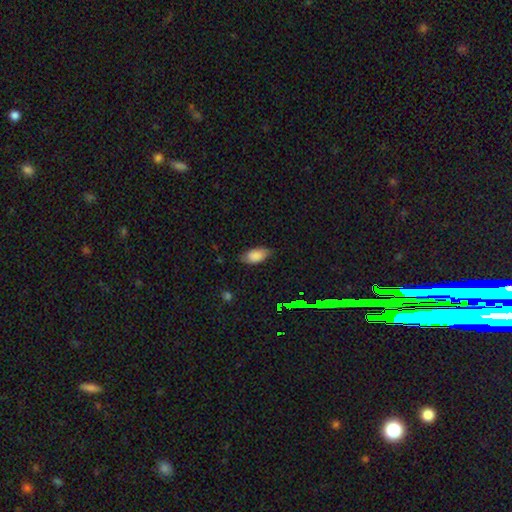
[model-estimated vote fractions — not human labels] smooth 85%, featured or disk 7%, star or artifact 7%. Down the decision tree: how rounded — in between (93%); merging — none (74%).